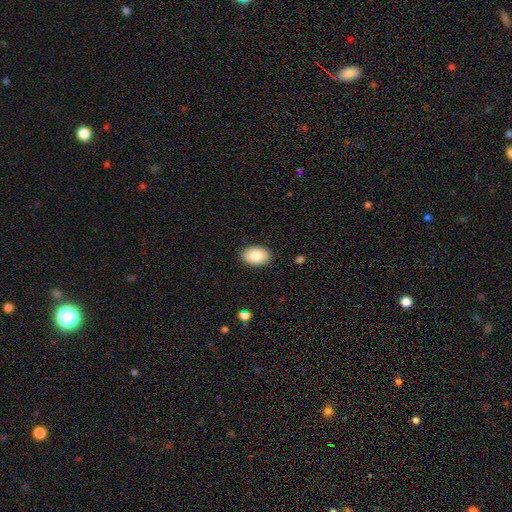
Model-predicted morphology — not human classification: Q: Smooth or featured?
A: smooth (84%); runner-up: featured or disk (9%)
Q: How rounded?
A: in between (90%); runner-up: round (9%)
Q: Merging?
A: none (89%); runner-up: minor disturbance (9%)